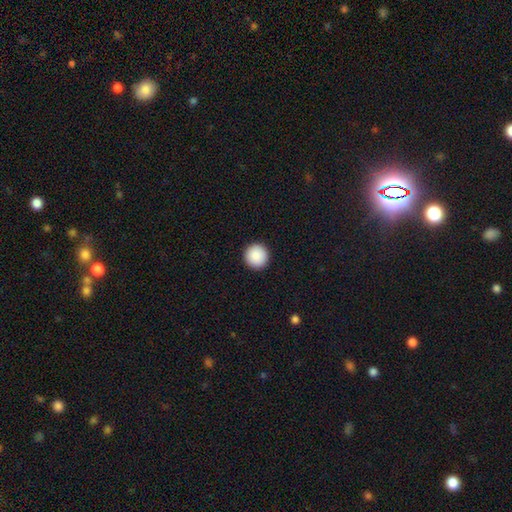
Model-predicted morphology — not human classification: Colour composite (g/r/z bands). It shows a smooth galaxy with no disk features (89%) that is round (96%). Merging: none (94%).